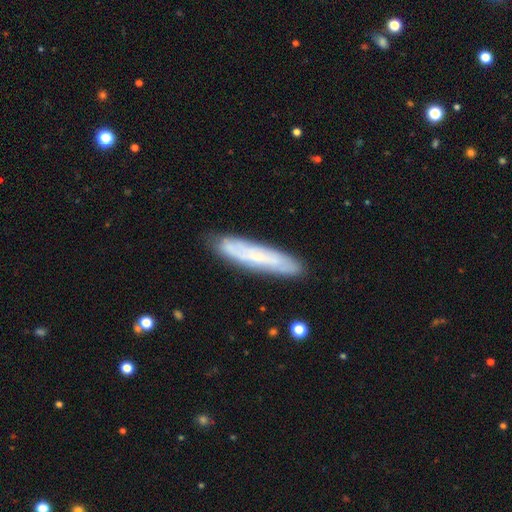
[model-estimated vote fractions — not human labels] Overall: featured or disk (48%; smooth 45%). Merging: none (85%).